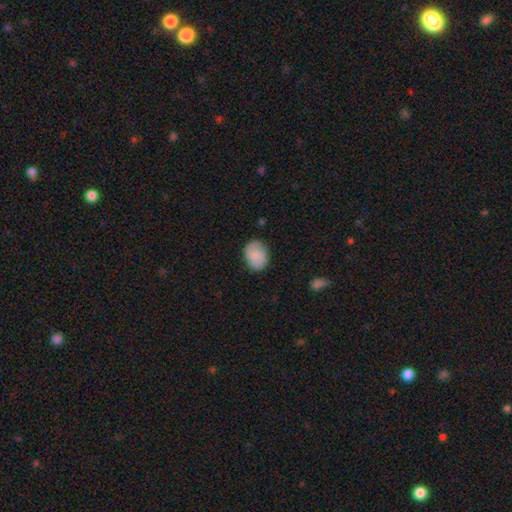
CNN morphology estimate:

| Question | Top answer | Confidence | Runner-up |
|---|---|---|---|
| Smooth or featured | smooth | 79% | featured or disk (14%) |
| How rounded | in between | 59% | round (40%) |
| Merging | none | 79% | minor disturbance (16%) |